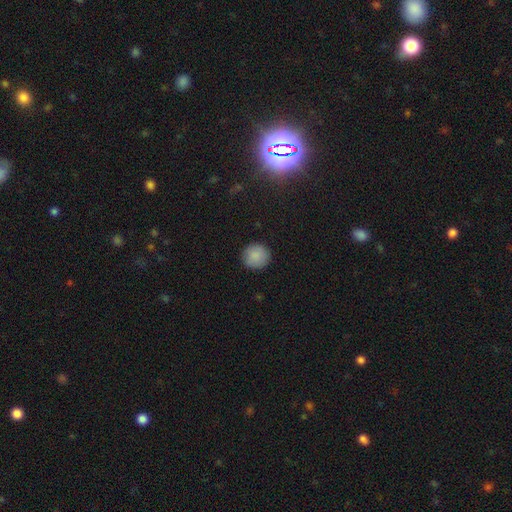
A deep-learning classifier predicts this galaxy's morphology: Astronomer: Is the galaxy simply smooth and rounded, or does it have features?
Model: smooth — 89%.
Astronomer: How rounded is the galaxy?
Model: round — 92%.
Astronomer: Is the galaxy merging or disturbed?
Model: none — 90%.